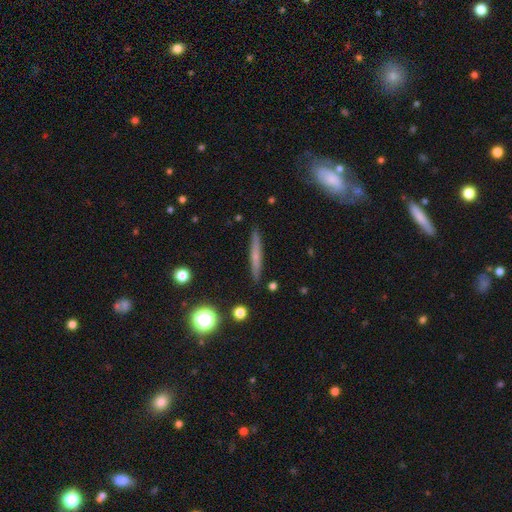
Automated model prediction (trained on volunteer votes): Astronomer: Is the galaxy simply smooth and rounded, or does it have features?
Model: featured or disk — 46% (runner-up: smooth, 45%).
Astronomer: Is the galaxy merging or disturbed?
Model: none — 90%.